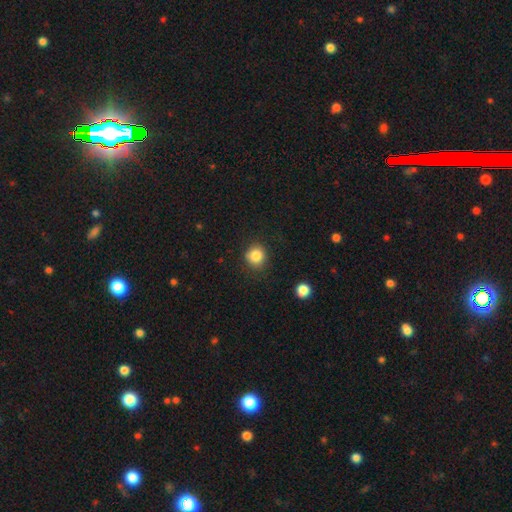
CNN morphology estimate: Smooth or featured: smooth — 85% (star or artifact — 10%)
How rounded: round — 87% (in between — 12%)
Merging: none — 85% (minor disturbance — 10%)